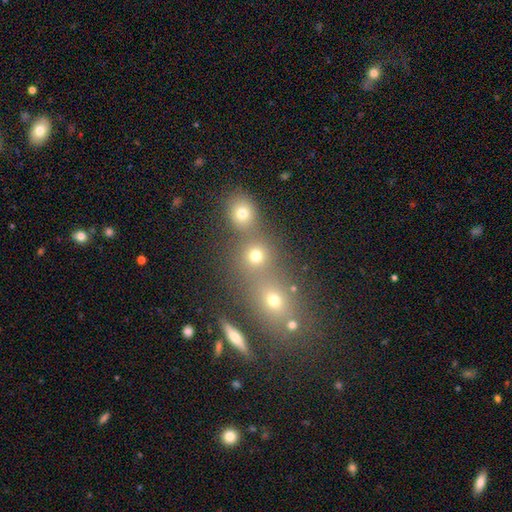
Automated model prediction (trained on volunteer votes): Smooth or featured? Predicted: smooth (p=0.75). How rounded? Predicted: round (p=0.84). Merging? Predicted: none (p=0.52).